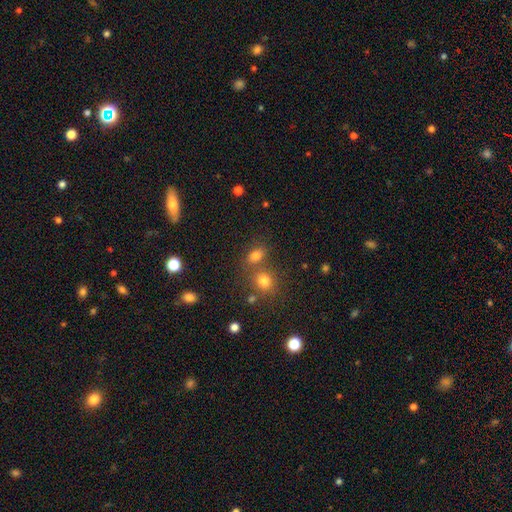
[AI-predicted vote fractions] smooth-or-featured: smooth: 76% | star or artifact: 16% | featured or disk: 8%
  how-rounded: in between: 71% | round: 27% | cigar-shaped: 2%
  merging: none: 58% | merger: 26% | minor disturbance: 11% | major disturbance: 4%